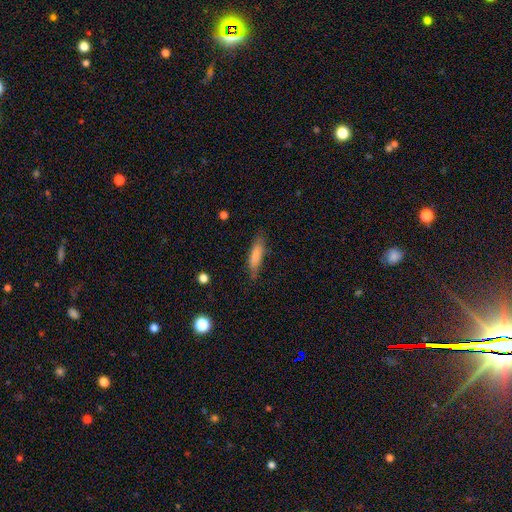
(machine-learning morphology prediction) smooth-or-featured: smooth: 81% | featured or disk: 13% | star or artifact: 7%
  how-rounded: cigar-shaped: 62% | in between: 36% | round: 2%
  merging: none: 75% | minor disturbance: 19% | major disturbance: 4% | merger: 2%